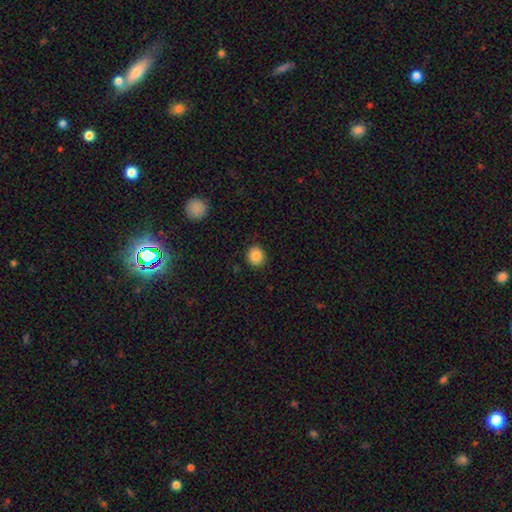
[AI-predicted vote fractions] A smooth galaxy with no disk features (87%) that is round (87%).

Vote fractions:
- Smooth or featured? smooth: 87% / star or artifact: 9% / featured or disk: 4%
- How rounded? round: 87% / in between: 12% / cigar-shaped: 1%
- Merging? none: 90% / minor disturbance: 7% / major disturbance: 2% / merger: 1%